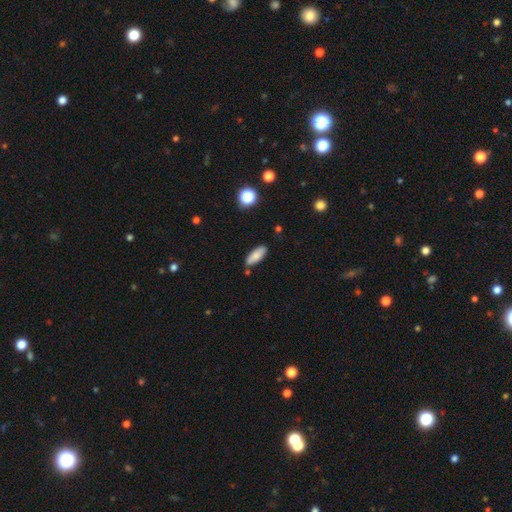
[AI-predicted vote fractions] The model was most divided on "how rounded": in between: 73%, cigar-shaped: 24%, round: 2%. More confident: smooth or featured — smooth (82%); merging — none (79%).